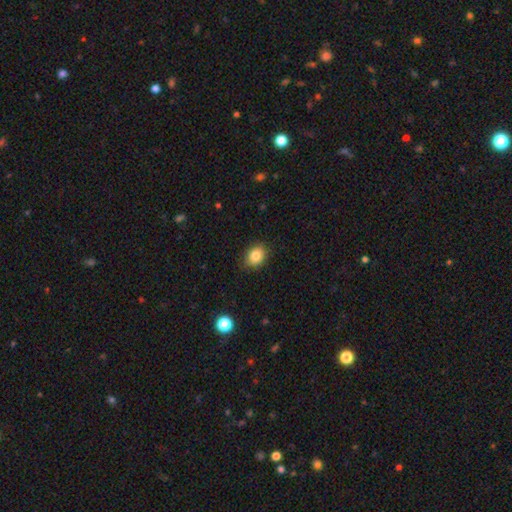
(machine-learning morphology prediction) Smooth or featured? smooth (84%)
How rounded? in between (53%)
Merging? none (84%)